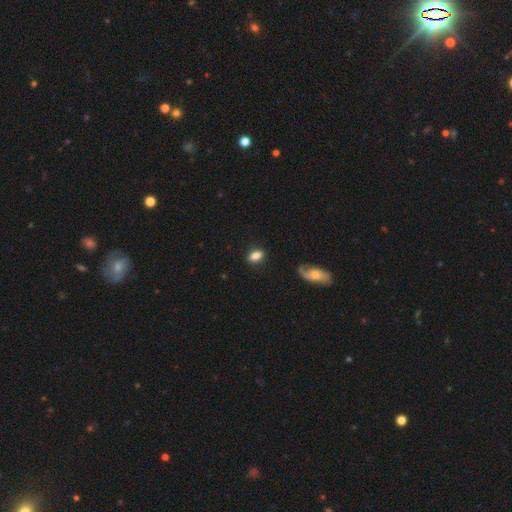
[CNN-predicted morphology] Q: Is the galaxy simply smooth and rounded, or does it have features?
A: smooth — 79%.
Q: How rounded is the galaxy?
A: in between — 82%.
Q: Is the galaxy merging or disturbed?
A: none — 82%.